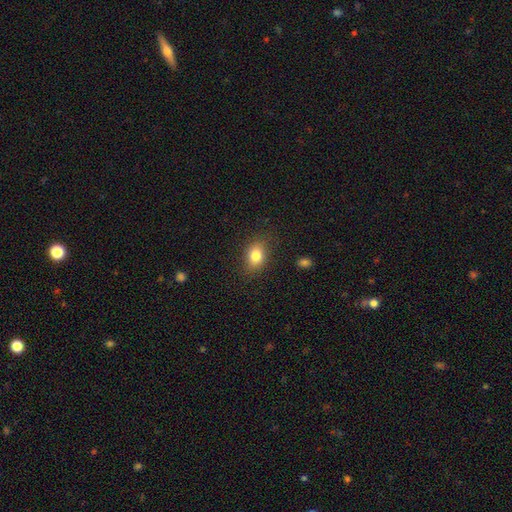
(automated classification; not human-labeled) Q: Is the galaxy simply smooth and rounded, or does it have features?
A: smooth — 81%.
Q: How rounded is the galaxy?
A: in between — 70%.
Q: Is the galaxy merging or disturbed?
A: none — 83%.